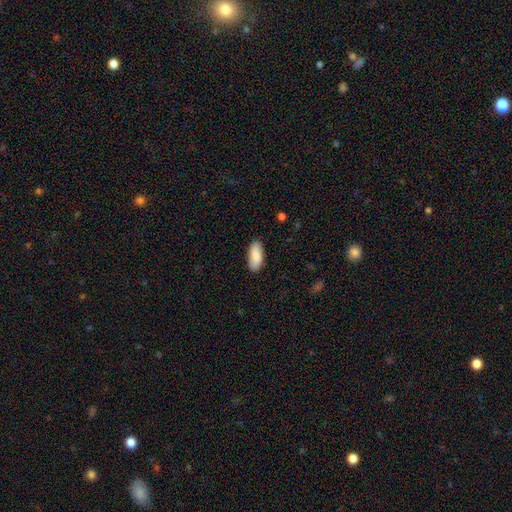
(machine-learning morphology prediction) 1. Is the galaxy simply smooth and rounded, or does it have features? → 88% smooth, 7% featured or disk, 5% star or artifact.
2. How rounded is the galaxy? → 86% in between, 12% cigar-shaped, 2% round.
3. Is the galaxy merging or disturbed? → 87% none, 10% minor disturbance, 2% major disturbance, 1% merger.